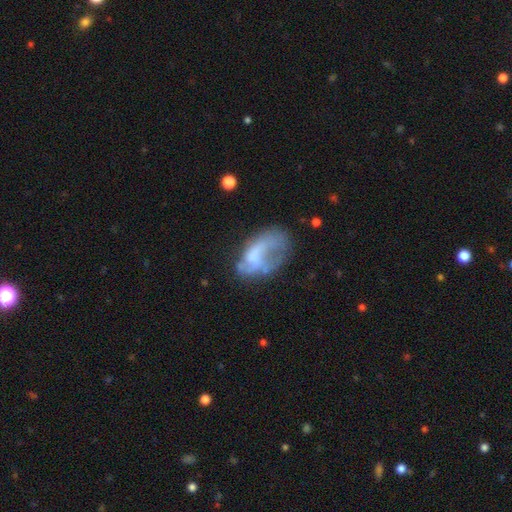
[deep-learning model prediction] featured or disk 50%, smooth 40%, star or artifact 10%. Down the decision tree: edge-on disk — no (96%); merging — major disturbance (39%).